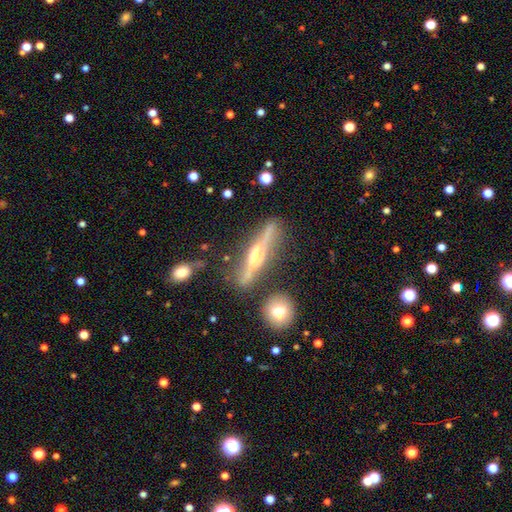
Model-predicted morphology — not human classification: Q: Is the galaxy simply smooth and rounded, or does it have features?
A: featured or disk — 71%.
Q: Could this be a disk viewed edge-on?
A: yes — 87%.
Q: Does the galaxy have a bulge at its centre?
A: rounded — 69%.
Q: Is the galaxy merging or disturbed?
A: none — 66%.